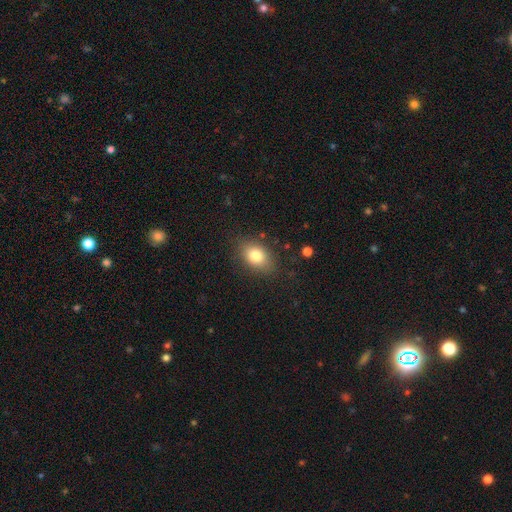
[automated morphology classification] smooth_or_featured: smooth (p=0.79) [alt: featured or disk p=0.12]
how_rounded: in between (p=0.78) [alt: round p=0.20]
merging: none (p=0.82) [alt: minor disturbance p=0.13]